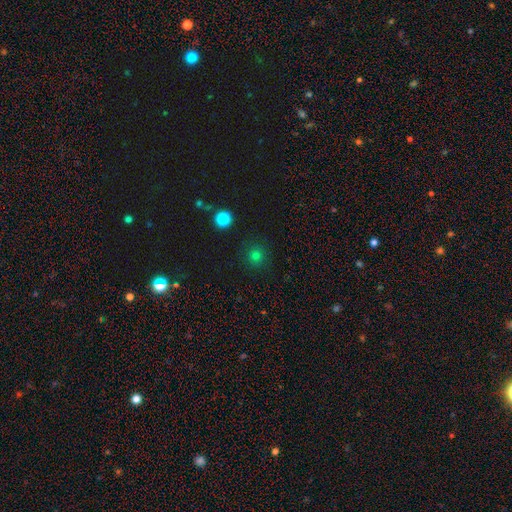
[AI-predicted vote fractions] smooth_or_featured: smooth (p=0.76) [alt: star or artifact p=0.18]
how_rounded: round (p=0.94) [alt: in between p=0.06]
merging: none (p=0.89) [alt: minor disturbance p=0.06]